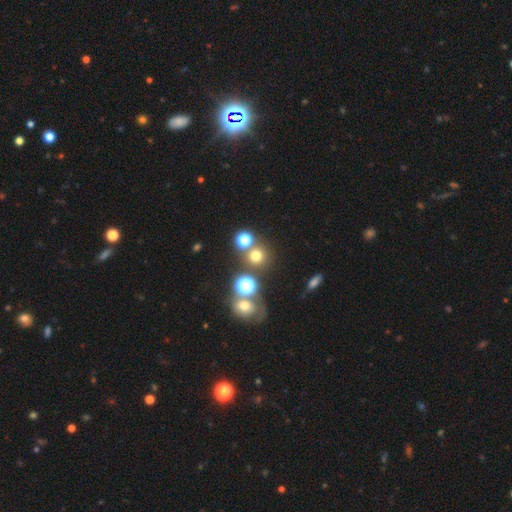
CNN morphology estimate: A smooth galaxy with no disk features (66%) that is round (89%).

Vote fractions:
- Smooth or featured? smooth: 66% / star or artifact: 25% / featured or disk: 9%
- How rounded? round: 89% / in between: 10% / cigar-shaped: 1%
- Merging? none: 70% / merger: 18% / minor disturbance: 8% / major disturbance: 4%